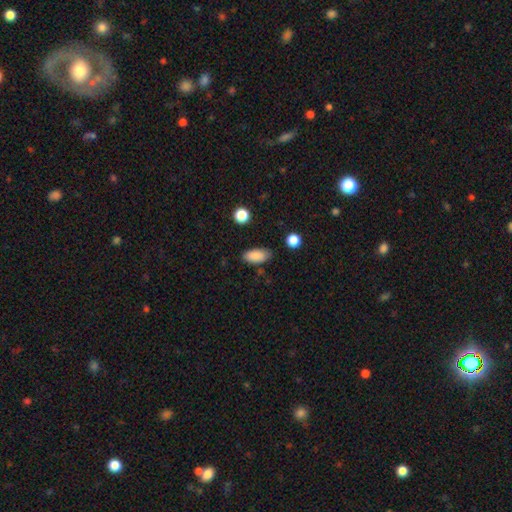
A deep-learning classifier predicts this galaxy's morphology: Q: Smooth or featured?
A: smooth (87%); runner-up: star or artifact (8%)
Q: How rounded?
A: in between (89%); runner-up: cigar-shaped (7%)
Q: Merging?
A: none (81%); runner-up: minor disturbance (14%)